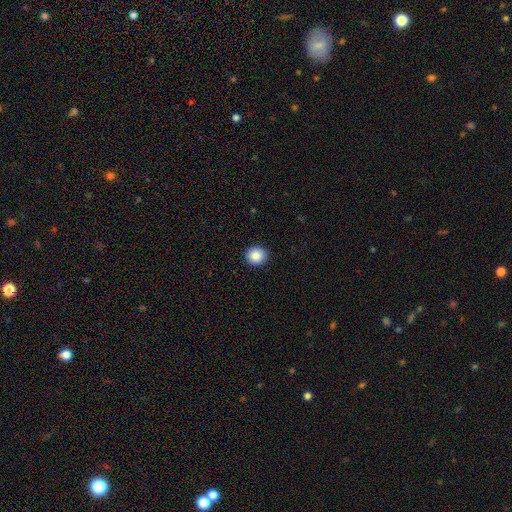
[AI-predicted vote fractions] Smooth or featured?
  - smooth: 87% *
  - star or artifact: 9%
  - featured or disk: 4%
How rounded?
  - round: 90% *
  - in between: 9%
  - cigar-shaped: 1%
Merging?
  - none: 92% *
  - minor disturbance: 5%
  - major disturbance: 2%
  - merger: 1%